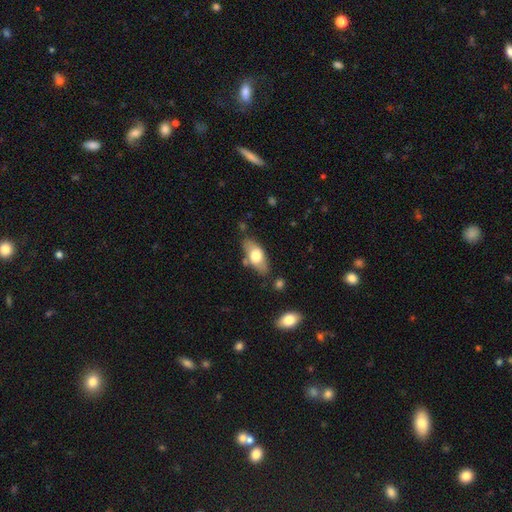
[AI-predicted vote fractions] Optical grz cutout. It shows a smooth galaxy with no disk features (64%) that is in between round and cigar-shaped (83%). Merging: none (74%).